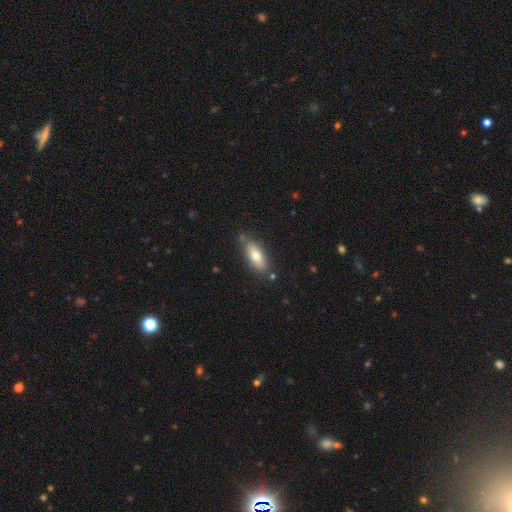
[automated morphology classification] A smooth galaxy with no disk features (71%) that is in between round and cigar-shaped (73%).

Vote fractions:
- Smooth or featured? smooth: 71% / featured or disk: 22% / star or artifact: 7%
- How rounded? in between: 73% / cigar-shaped: 25% / round: 2%
- Merging? none: 75% / minor disturbance: 17% / merger: 5% / major disturbance: 3%